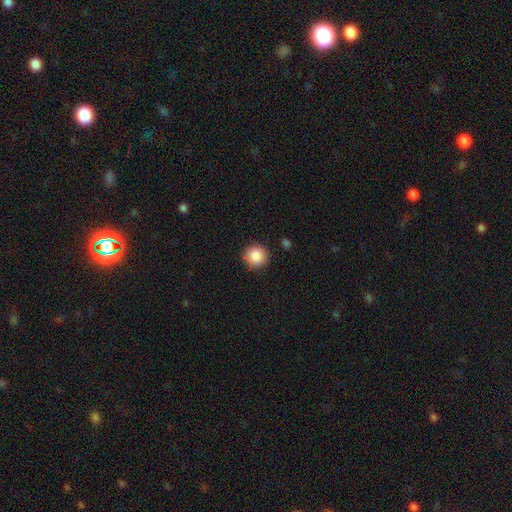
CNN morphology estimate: Smooth or featured?
  - smooth: 87% *
  - star or artifact: 9%
  - featured or disk: 5%
How rounded?
  - round: 94% *
  - in between: 5%
  - cigar-shaped: 1%
Merging?
  - none: 90% *
  - minor disturbance: 7%
  - major disturbance: 2%
  - merger: 1%